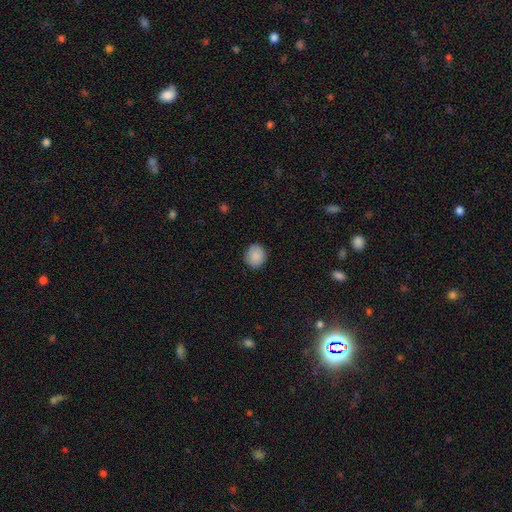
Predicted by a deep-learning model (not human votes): Smooth or featured? smooth (89%)
How rounded? round (84%)
Merging? none (89%)